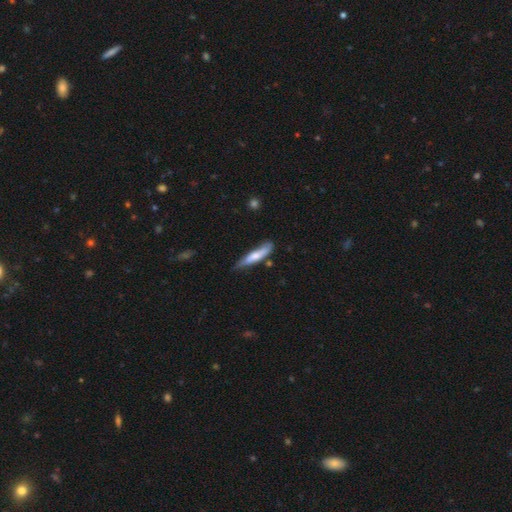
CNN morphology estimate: The model was most divided on "smooth or featured": smooth: 62%, featured or disk: 33%, star or artifact: 5%. More confident: how rounded — cigar-shaped (84%); merging — none (63%).